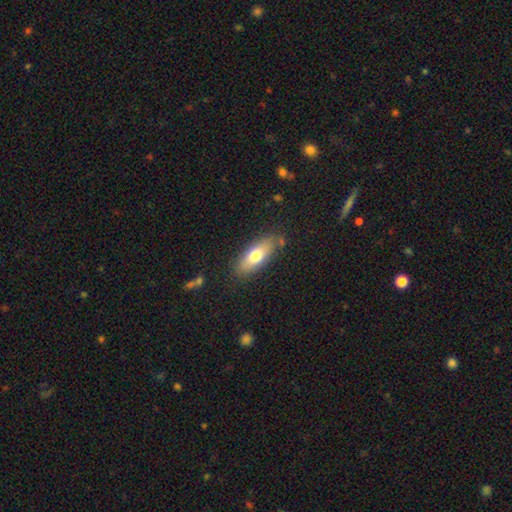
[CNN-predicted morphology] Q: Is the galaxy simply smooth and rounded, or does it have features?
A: smooth — 70%.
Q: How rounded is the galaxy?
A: in between — 69%.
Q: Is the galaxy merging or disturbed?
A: none — 80%.